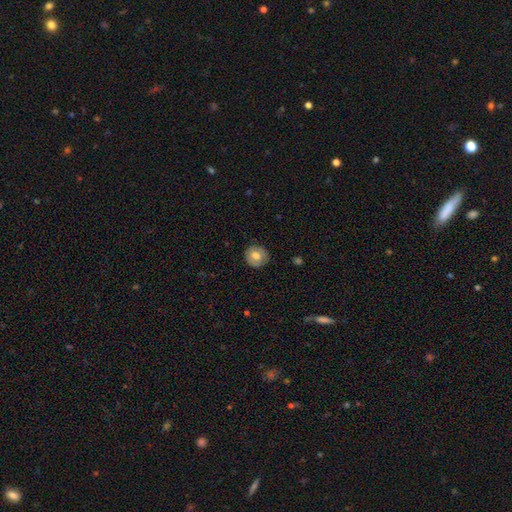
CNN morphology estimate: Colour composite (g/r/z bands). It shows a smooth galaxy with no disk features (70%) that is round (89%). Merging: none (86%).